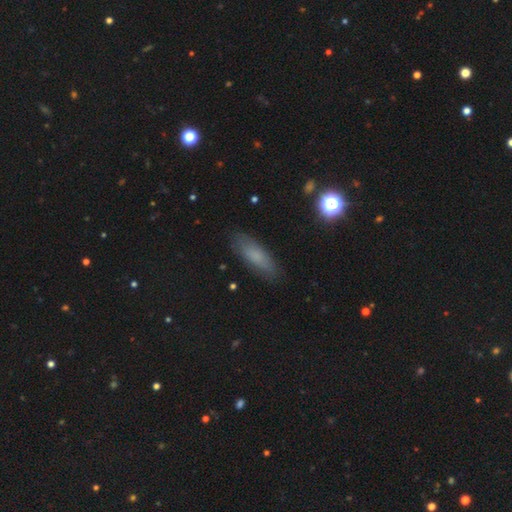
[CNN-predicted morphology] A smooth galaxy with no disk features (71%) that is in between round and cigar-shaped (55%). Merging: none (84%).